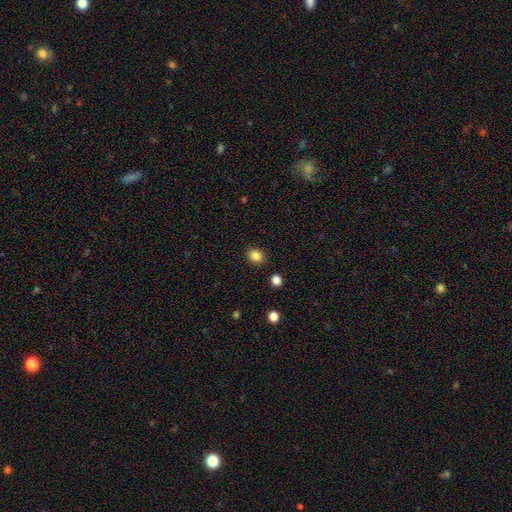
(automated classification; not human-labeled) This is clearly a smooth galaxy (85%). How rounded: likely round (65%). Merging: clearly none (88%).